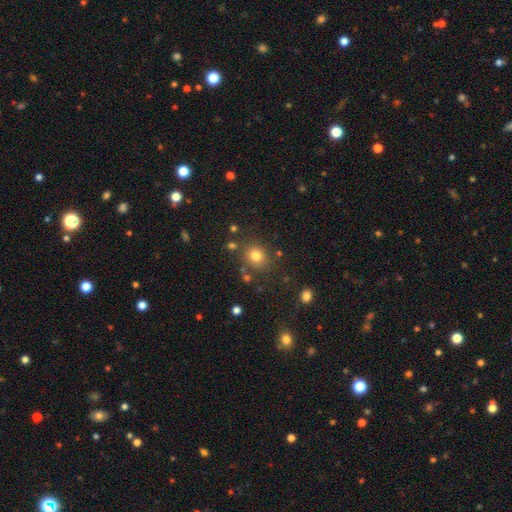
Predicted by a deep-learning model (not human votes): A smooth galaxy with no disk features (77%) that is round (77%).

Vote fractions:
- Smooth or featured? smooth: 77% / star or artifact: 15% / featured or disk: 8%
- How rounded? round: 77% / in between: 22% / cigar-shaped: 1%
- Merging? none: 79% / minor disturbance: 11% / merger: 6% / major disturbance: 4%